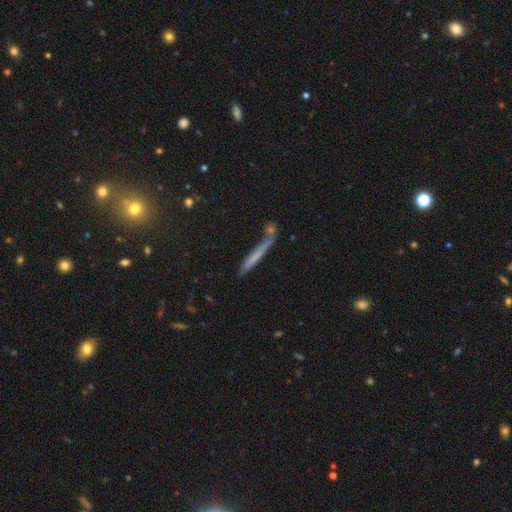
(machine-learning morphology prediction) smooth 53%, featured or disk 36%, star or artifact 11%. Down the decision tree: how rounded — cigar-shaped (95%); merging — none (68%).